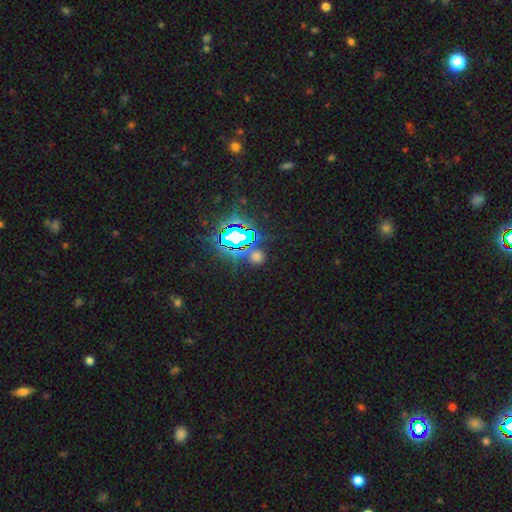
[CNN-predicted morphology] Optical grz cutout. It shows a star or artifact, not a galaxy (59%).